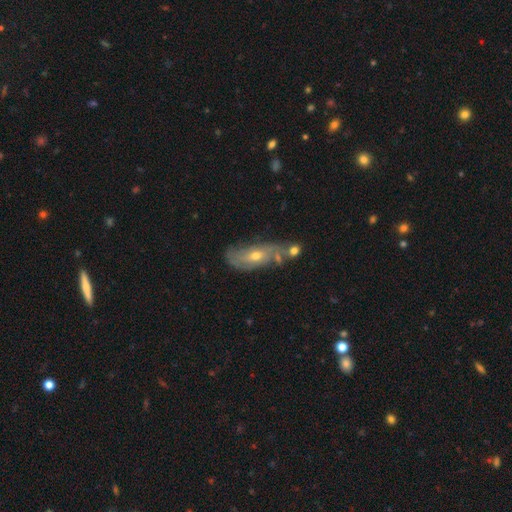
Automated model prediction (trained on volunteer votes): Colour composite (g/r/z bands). It shows a featured or disk galaxy (63%). Merging: none (55%).